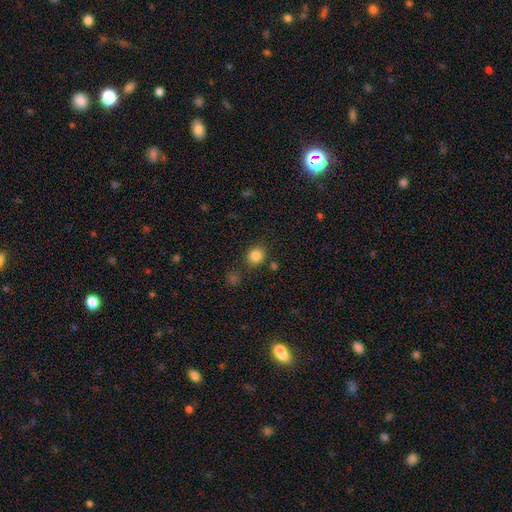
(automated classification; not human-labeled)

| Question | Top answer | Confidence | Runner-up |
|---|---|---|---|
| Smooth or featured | smooth | 84% | star or artifact (11%) |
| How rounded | round | 74% | in between (25%) |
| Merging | none | 82% | minor disturbance (10%) |